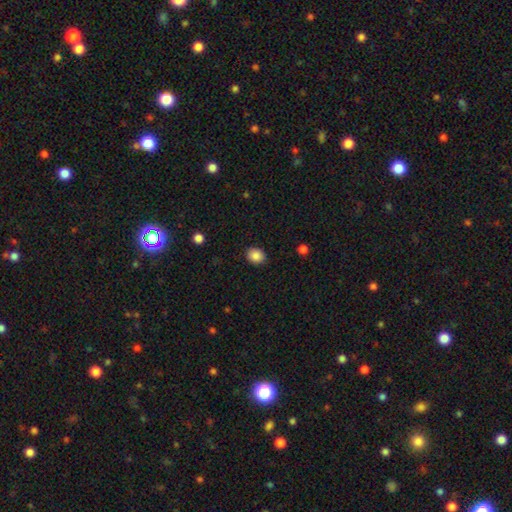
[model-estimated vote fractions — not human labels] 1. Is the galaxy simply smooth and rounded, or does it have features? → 87% smooth, 9% star or artifact, 4% featured or disk.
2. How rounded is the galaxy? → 53% round, 46% in between, 1% cigar-shaped.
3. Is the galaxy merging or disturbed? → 89% none, 8% minor disturbance, 2% major disturbance, 1% merger.